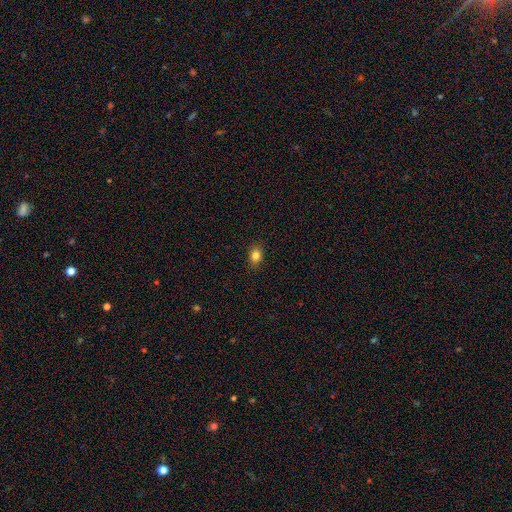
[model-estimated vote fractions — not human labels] Smooth or featured: smooth — 82% (star or artifact — 11%)
How rounded: in between — 60% (round — 38%)
Merging: none — 88% (minor disturbance — 9%)